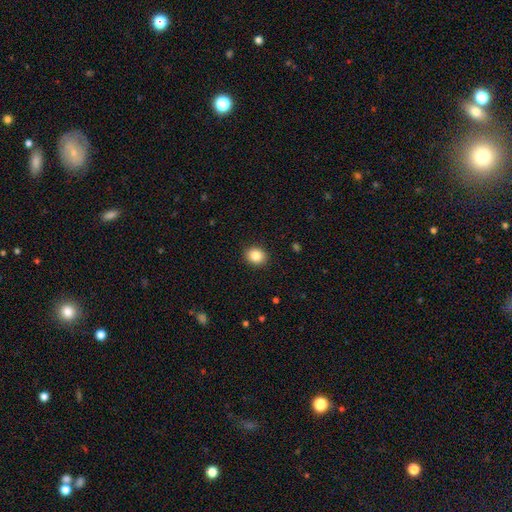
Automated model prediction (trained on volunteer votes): Q: Smooth or featured?
A: smooth (86%); runner-up: star or artifact (9%)
Q: How rounded?
A: round (59%); runner-up: in between (40%)
Q: Merging?
A: none (91%); runner-up: minor disturbance (6%)